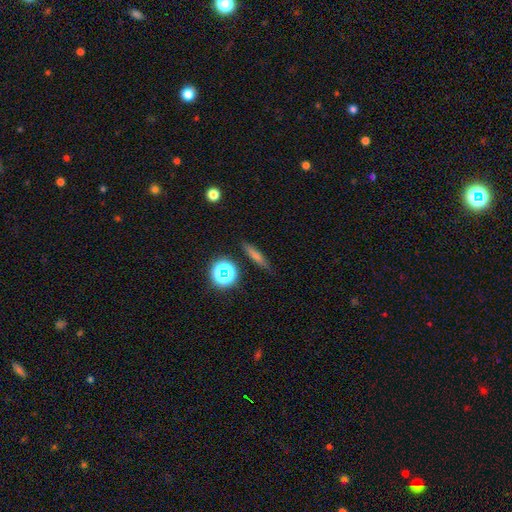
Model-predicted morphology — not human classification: smooth 47%, featured or disk 30%, star or artifact 23%. Down the decision tree: merging — none (86%).